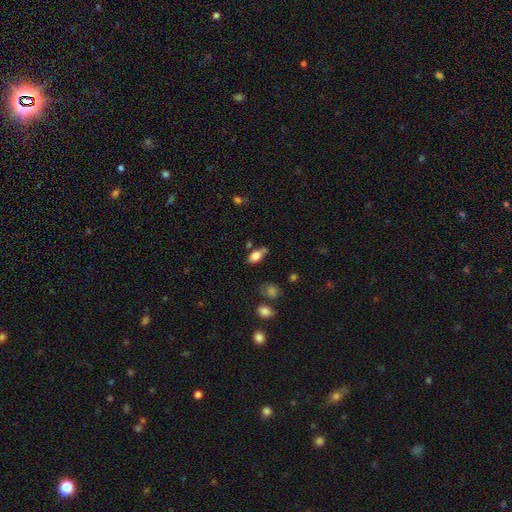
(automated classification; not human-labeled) smooth 81%, featured or disk 10%, star or artifact 9%. Down the decision tree: how rounded — in between (88%); merging — none (58%).